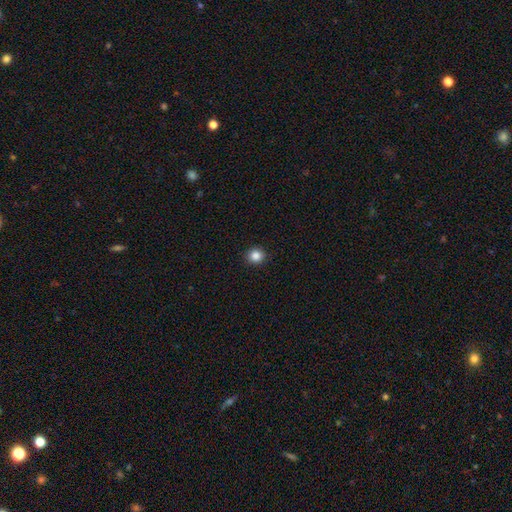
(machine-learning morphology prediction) The model was most divided on "smooth or featured": smooth: 86%, star or artifact: 11%, featured or disk: 3%. More confident: merging — none (92%); how rounded — round (90%).